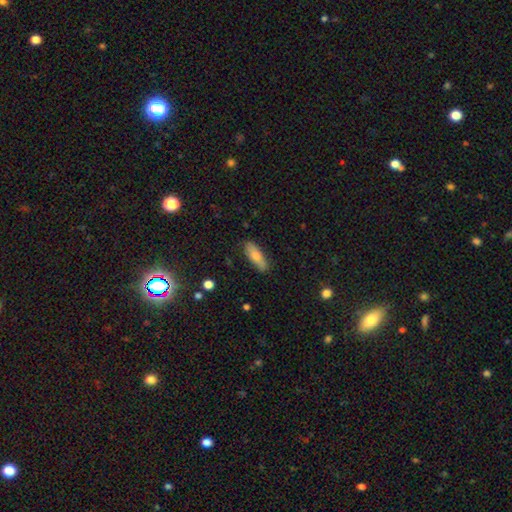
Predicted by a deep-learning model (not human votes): smooth-or-featured: smooth: 70% | featured or disk: 22% | star or artifact: 8%
  how-rounded: in between: 55% | cigar-shaped: 42% | round: 3%
  merging: none: 85% | minor disturbance: 11% | major disturbance: 2% | merger: 1%